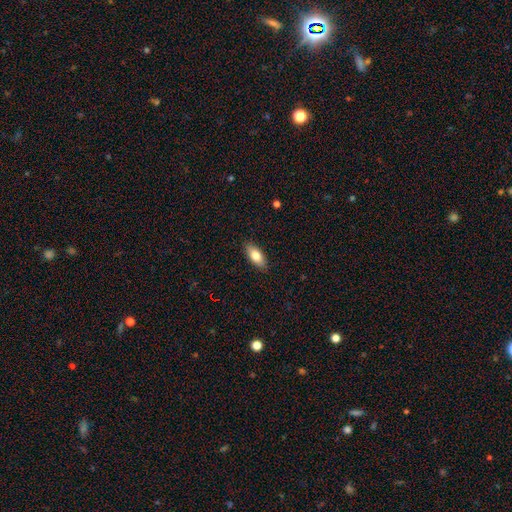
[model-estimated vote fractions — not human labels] This appears to be a smooth galaxy with no disk features (79%) that is in between round and cigar-shaped (85%). Merging: none (88%).